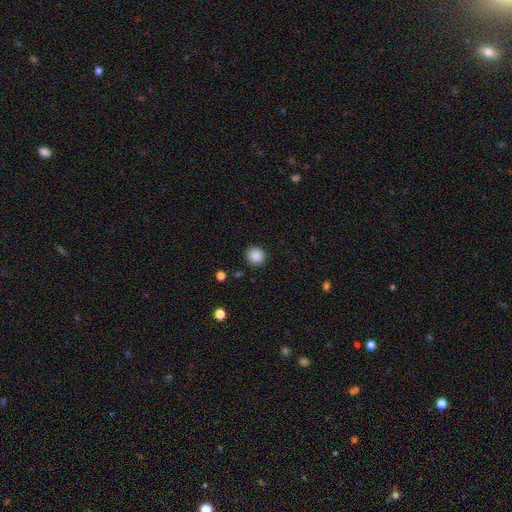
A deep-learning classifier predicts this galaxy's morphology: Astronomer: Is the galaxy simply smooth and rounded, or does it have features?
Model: smooth — 87%.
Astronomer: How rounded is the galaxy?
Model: round — 90%.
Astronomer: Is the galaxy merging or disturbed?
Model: none — 90%.